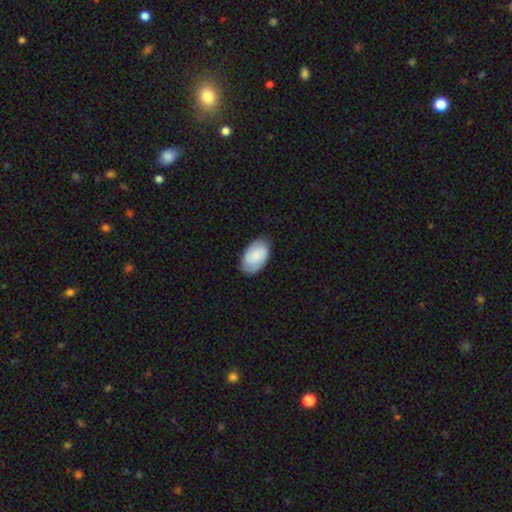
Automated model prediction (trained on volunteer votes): Smooth or featured? Predicted: smooth (p=0.63). How rounded? Predicted: in between (p=0.93). Merging? Predicted: none (p=0.80).